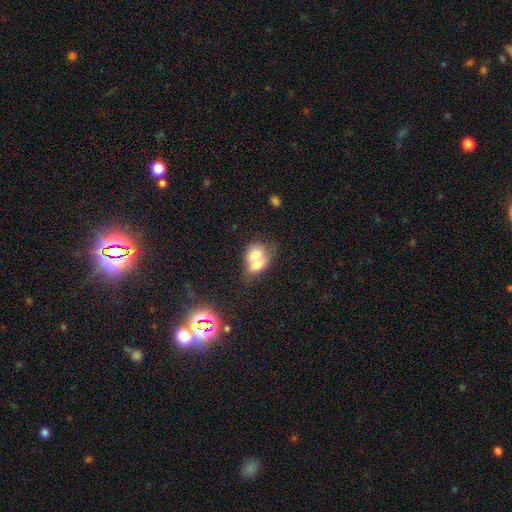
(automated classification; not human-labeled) Q: Smooth or featured?
A: smooth (67%); runner-up: featured or disk (25%)
Q: How rounded?
A: in between (61%); runner-up: round (37%)
Q: Merging?
A: merger (74%); runner-up: none (15%)